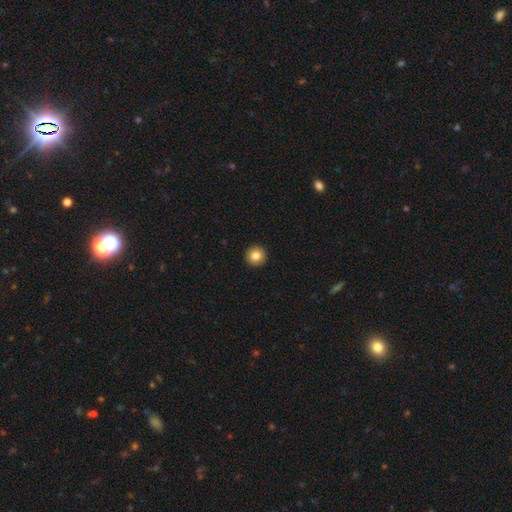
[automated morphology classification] type=smooth (83%); roundness=round (96%); merging=none (94%).